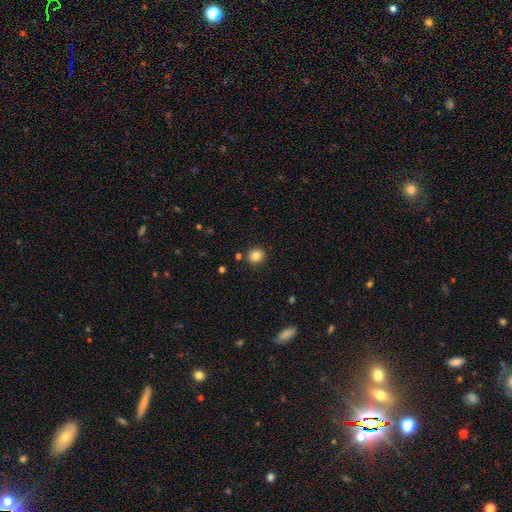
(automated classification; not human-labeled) Smooth or featured?
  - smooth: 84% *
  - star or artifact: 11%
  - featured or disk: 5%
How rounded?
  - round: 84% *
  - in between: 15%
  - cigar-shaped: 1%
Merging?
  - none: 89% *
  - minor disturbance: 7%
  - merger: 3%
  - major disturbance: 2%